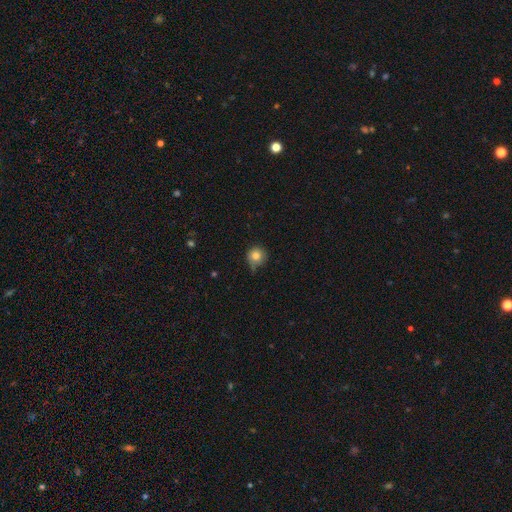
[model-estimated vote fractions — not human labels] Smooth or featured: smooth — 82% (star or artifact — 10%)
How rounded: round — 93% (in between — 6%)
Merging: none — 62% (minor disturbance — 28%)